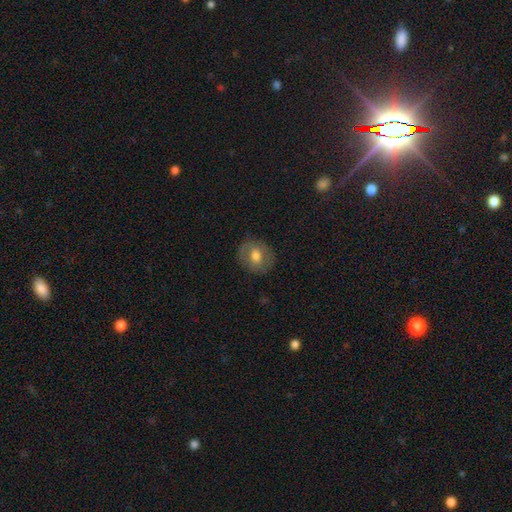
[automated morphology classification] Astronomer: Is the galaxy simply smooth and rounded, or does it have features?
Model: smooth — 60%.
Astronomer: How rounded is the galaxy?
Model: round — 70%.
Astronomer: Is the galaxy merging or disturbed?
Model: none — 82%.